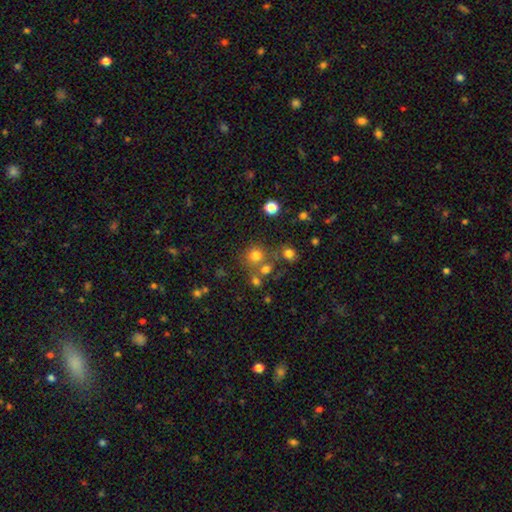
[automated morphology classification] Smooth or featured: smooth — 74% (star or artifact — 18%)
How rounded: round — 88% (in between — 11%)
Merging: none — 64% (merger — 21%)